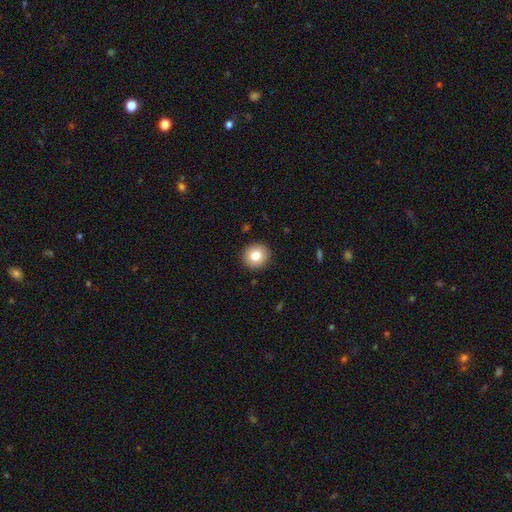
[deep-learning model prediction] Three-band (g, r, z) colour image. It shows a smooth galaxy with no disk features (81%) that is round (92%). Merging: none (92%).